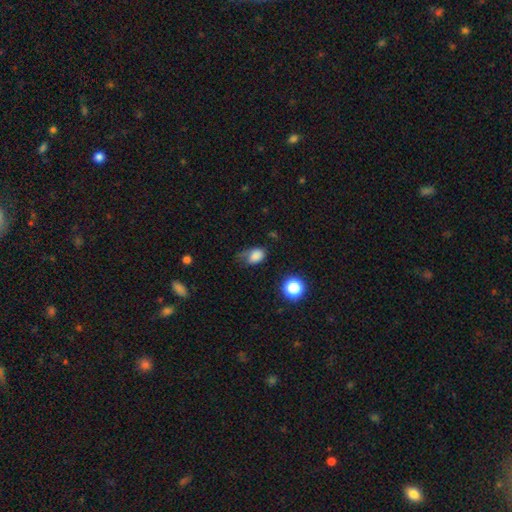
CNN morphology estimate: type=smooth (81%); roundness=in between (74%); merging=minor disturbance (38%).